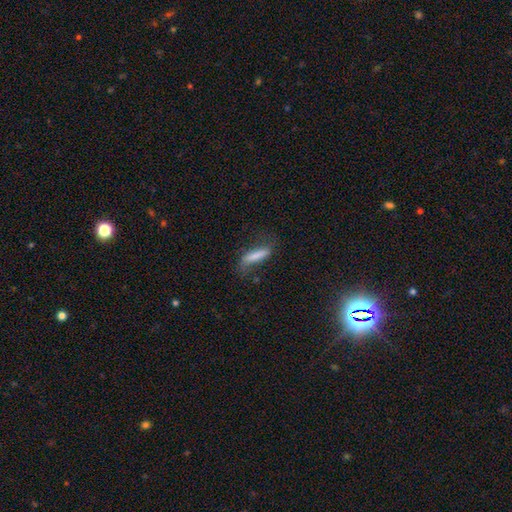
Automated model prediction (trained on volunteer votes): Smooth or featured: smooth — 70% (featured or disk — 22%)
How rounded: cigar-shaped — 73% (in between — 24%)
Merging: none — 52% (minor disturbance — 27%)